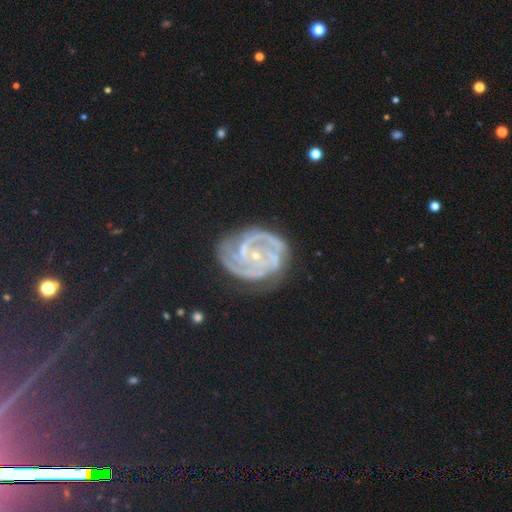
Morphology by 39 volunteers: A featured or disk galaxy (92%) with no bar (69%), 3 (33%) tight (64%) spiral arms (100%) and a small central bulge (94%). Merging: none (63%).